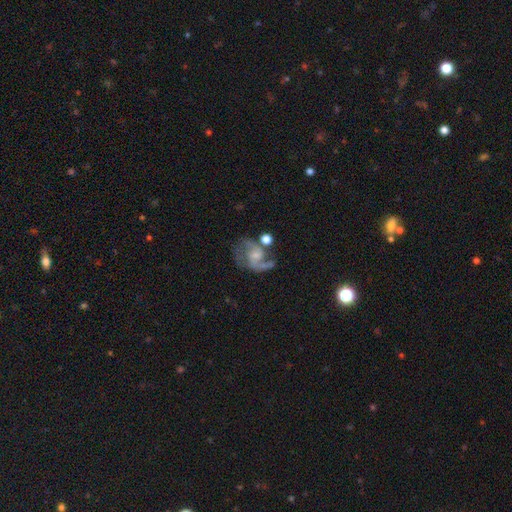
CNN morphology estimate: A featured or disk galaxy (79%) with no bar (59%), 2 (76%) medium (47%) spiral arms (92%) and a small central bulge (51%). Merging: none (44%).